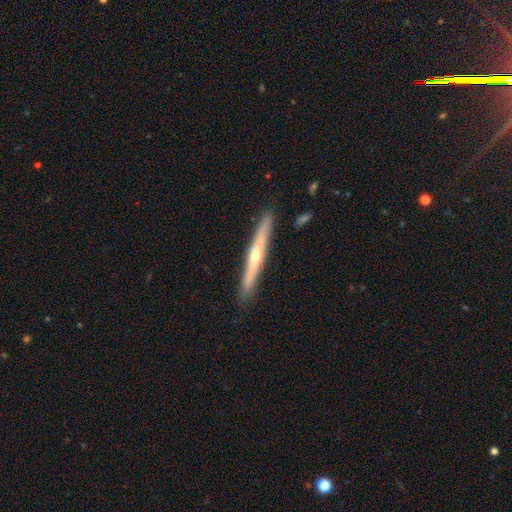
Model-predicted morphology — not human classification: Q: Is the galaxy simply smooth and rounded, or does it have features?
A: featured or disk — 68%.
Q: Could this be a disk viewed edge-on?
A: yes — 97%.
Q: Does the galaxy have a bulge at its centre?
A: rounded — 81%.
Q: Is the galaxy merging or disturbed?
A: none — 91%.